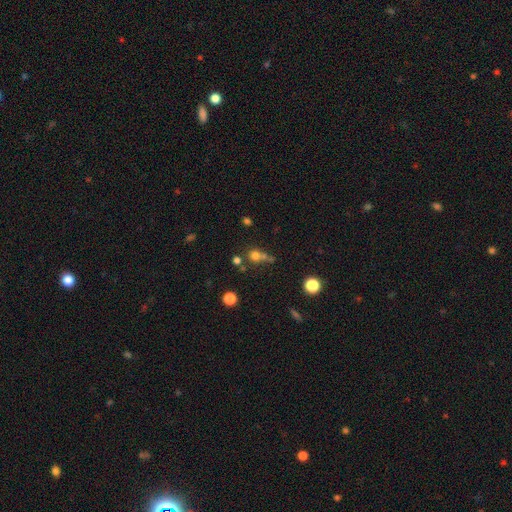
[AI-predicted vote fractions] Overall: smooth (68%). How rounded: round (88%). Merging: none (51%; merger 35%).